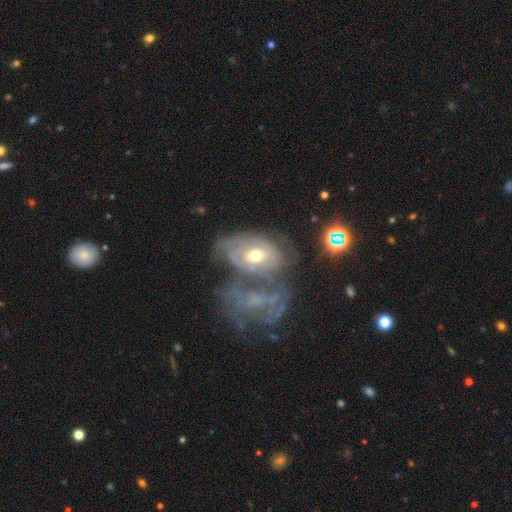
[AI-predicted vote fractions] A featured or disk galaxy (69%) with no bar (74%), spiral arms (62%) and a moderate central bulge (69%).

Vote fractions:
- Smooth or featured? featured or disk: 69% / smooth: 23% / star or artifact: 8%
- Edge-on disk? no: 94% / yes: 6%
- Bar? no: 74% / weak: 19% / strong: 7%
- Spiral arms? yes: 62% / no: 38%
- Bulge size? moderate: 69% / small: 23% / large: 5% / none: 1% / dominant: 1%
- Merging? merger: 40% / none: 26% / major disturbance: 19% / minor disturbance: 14%